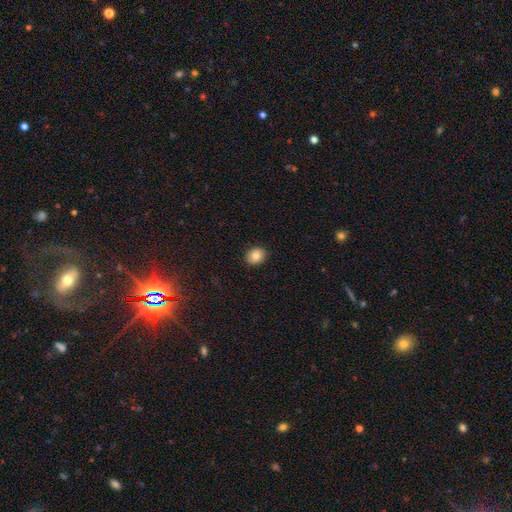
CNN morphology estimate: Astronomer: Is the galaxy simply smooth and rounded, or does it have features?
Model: smooth — 83%.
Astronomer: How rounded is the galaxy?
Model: round — 58% (runner-up: in between, 41%).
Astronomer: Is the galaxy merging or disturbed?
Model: none — 91%.